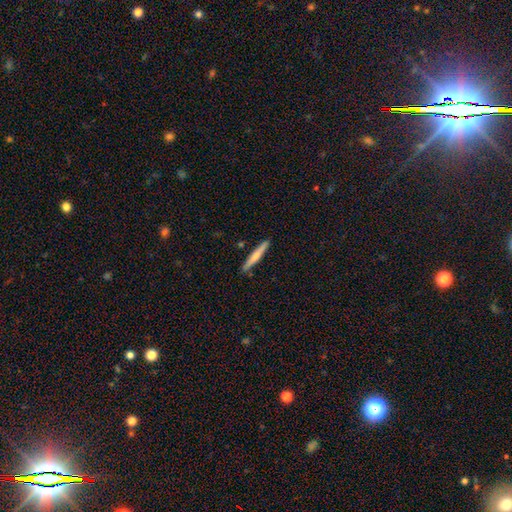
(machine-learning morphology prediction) A smooth galaxy with no disk features (53%) that is cigar-shaped (95%).

Vote fractions:
- Smooth or featured? smooth: 53% / featured or disk: 41% / star or artifact: 5%
- How rounded? cigar-shaped: 95% / in between: 4% / round: 1%
- Merging? none: 89% / minor disturbance: 8% / merger: 2% / major disturbance: 1%